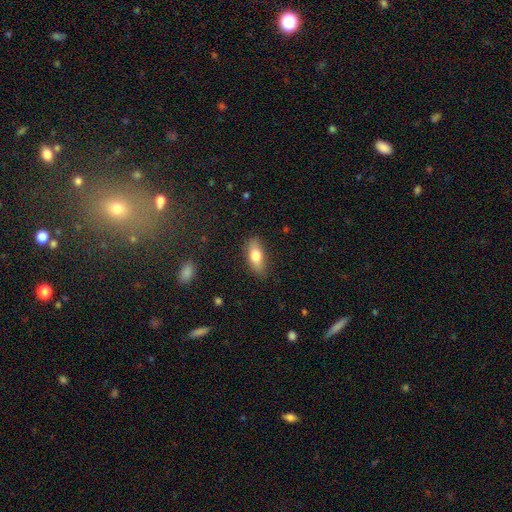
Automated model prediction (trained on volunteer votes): Smooth or featured? smooth (74%)
How rounded? in between (78%)
Merging? none (82%)